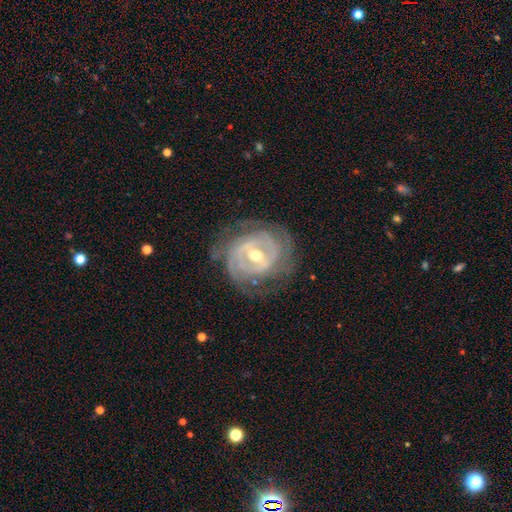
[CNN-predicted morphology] Smooth or featured? Predicted: featured or disk (p=0.88). Edge-on disk? Predicted: no (p=0.96). Bar? Predicted: weak (p=0.42). Spiral arms? Predicted: yes (p=0.88). Spiral winding? Predicted: tight (p=0.69). Spiral arm count? Predicted: can't tell (p=0.37). Bulge size? Predicted: moderate (p=0.63). Merging? Predicted: none (p=0.71).